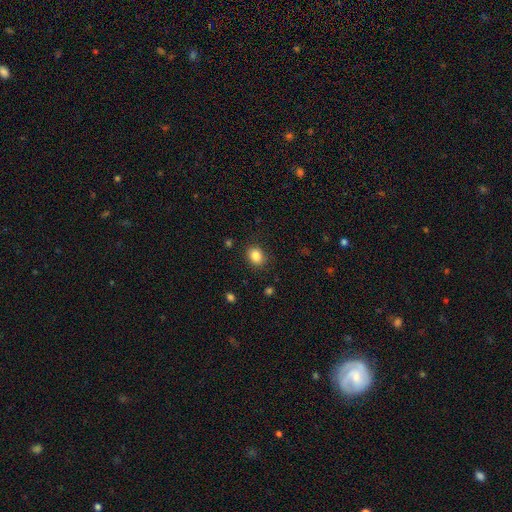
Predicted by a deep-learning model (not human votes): This appears to be a smooth galaxy with no disk features (85%) that is round (54%). Merging: none (86%).